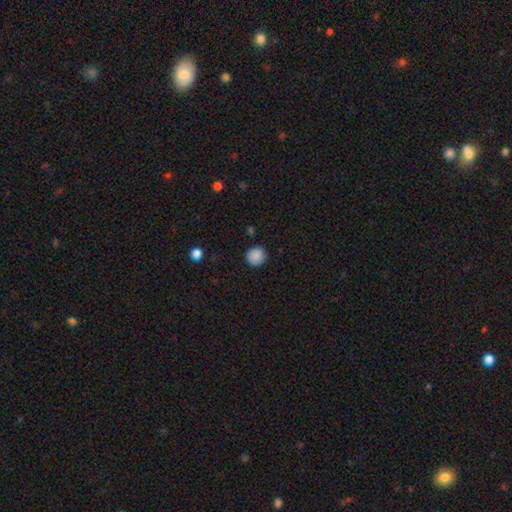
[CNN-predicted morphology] Smooth or featured: smooth — 88% (star or artifact — 9%)
How rounded: round — 93% (in between — 6%)
Merging: none — 89% (minor disturbance — 7%)